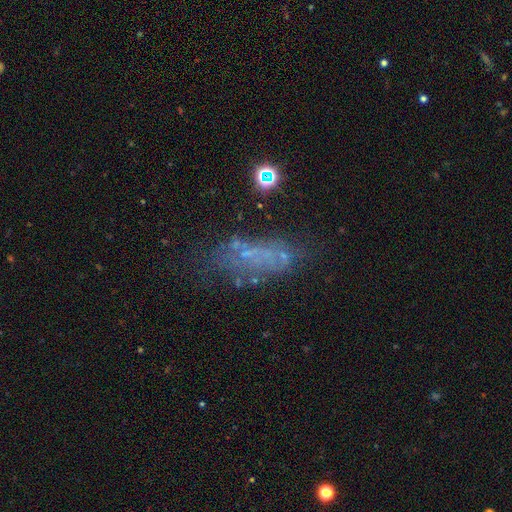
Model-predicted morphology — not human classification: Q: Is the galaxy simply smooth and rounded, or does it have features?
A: featured or disk — 41%.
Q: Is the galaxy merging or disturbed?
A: none — 52%.